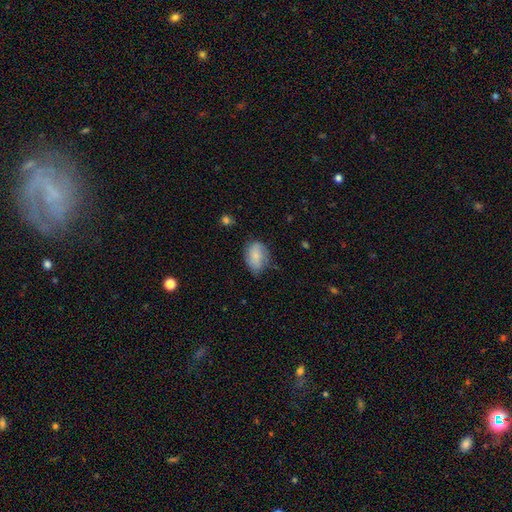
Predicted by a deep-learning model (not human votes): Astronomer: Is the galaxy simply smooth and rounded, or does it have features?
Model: smooth — 73%.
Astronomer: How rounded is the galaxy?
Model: in between — 82%.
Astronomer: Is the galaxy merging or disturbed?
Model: none — 57%.